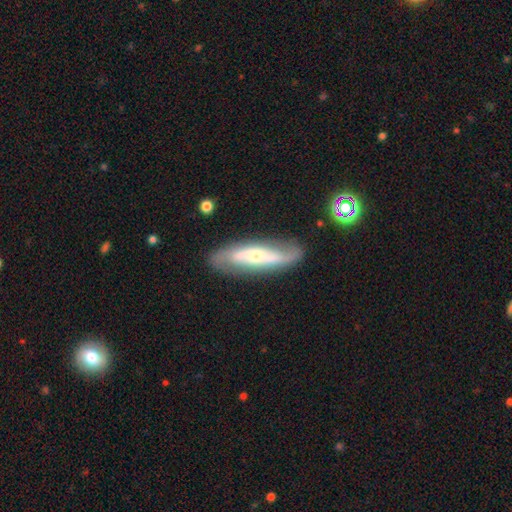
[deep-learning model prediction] Overall: featured or disk (65%; smooth 29%). Edge-on disk: no (69%; yes 31%). Merging: none (77%).